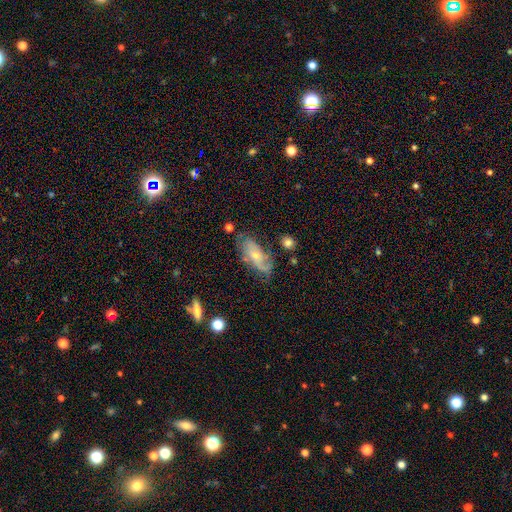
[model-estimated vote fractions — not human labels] A featured or disk galaxy (57%) with no bar (71%), spiral arms (78%) and a small central bulge (61%).

Vote fractions:
- Smooth or featured? featured or disk: 57% / smooth: 35% / star or artifact: 8%
- Edge-on disk? no: 88% / yes: 12%
- Bar? no: 71% / weak: 24% / strong: 5%
- Spiral arms? yes: 78% / no: 22%
- Bulge size? small: 61% / moderate: 33% / none: 3% / large: 2% / dominant: 1%
- Merging? none: 56% / minor disturbance: 27% / major disturbance: 13% / merger: 5%